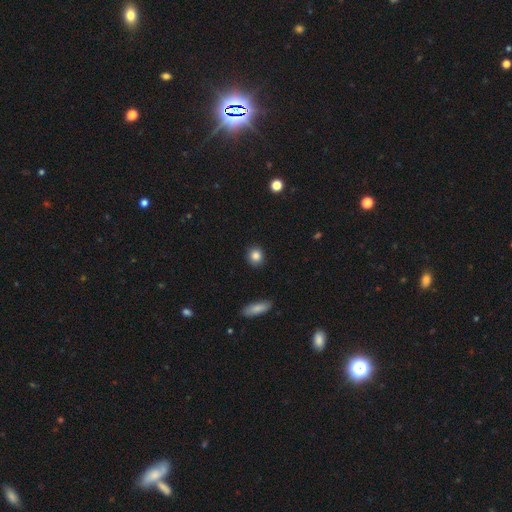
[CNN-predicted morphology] Smooth or featured: smooth — 86% (star or artifact — 9%)
How rounded: round — 81% (in between — 18%)
Merging: none — 89% (minor disturbance — 7%)